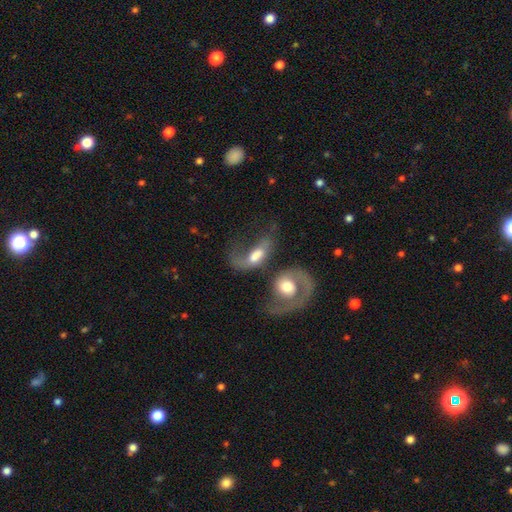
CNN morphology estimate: Smooth or featured?
  - featured or disk: 54% *
  - smooth: 39%
  - star or artifact: 8%
Edge-on disk?
  - no: 92% *
  - yes: 8%
Merging?
  - merger: 53% *
  - major disturbance: 24%
  - none: 15%
  - minor disturbance: 9%